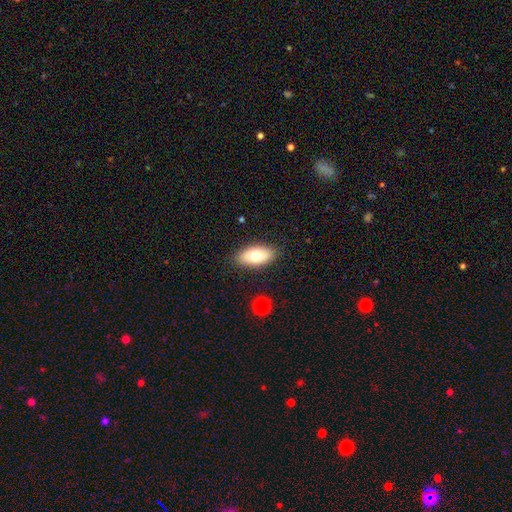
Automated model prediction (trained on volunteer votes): smooth-or-featured: smooth: 74% | featured or disk: 20% | star or artifact: 7%
  how-rounded: in between: 91% | cigar-shaped: 5% | round: 3%
  merging: none: 86% | minor disturbance: 10% | major disturbance: 2% | merger: 2%